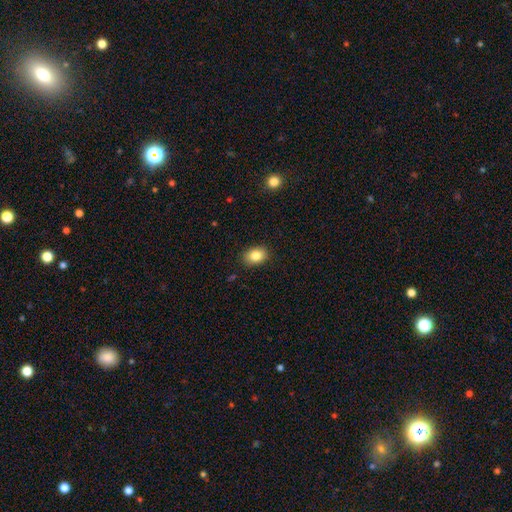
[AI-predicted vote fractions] smooth_or_featured: smooth (p=0.85) [alt: star or artifact p=0.09]
how_rounded: in between (p=0.70) [alt: round p=0.29]
merging: none (p=0.88) [alt: minor disturbance p=0.09]